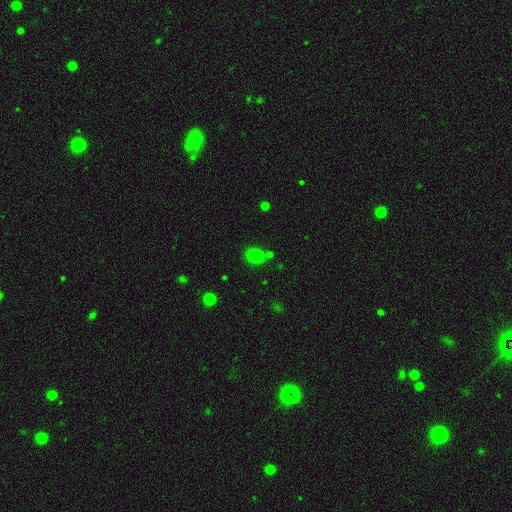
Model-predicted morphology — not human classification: Smooth or featured? Predicted: smooth (p=0.78). How rounded? Predicted: round (p=0.67). Merging? Predicted: none (p=0.74).